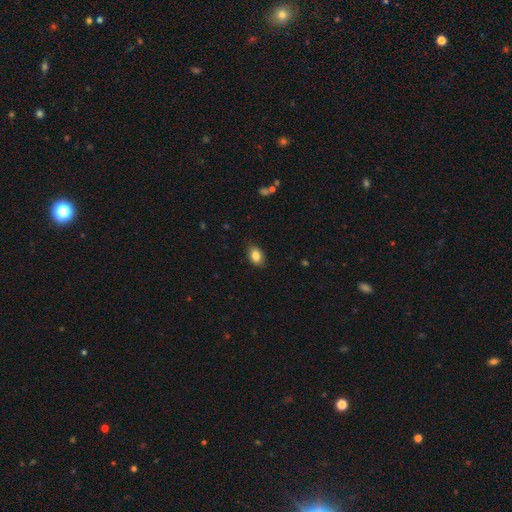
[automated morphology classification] Overall: smooth (85%). How rounded: in between (84%). Merging: none (83%).